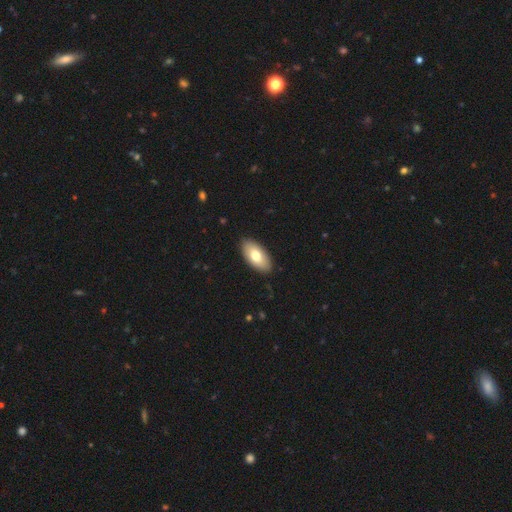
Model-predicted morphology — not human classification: Q: Smooth or featured?
A: smooth (74%); runner-up: featured or disk (20%)
Q: How rounded?
A: in between (93%); runner-up: cigar-shaped (5%)
Q: Merging?
A: none (89%); runner-up: minor disturbance (8%)